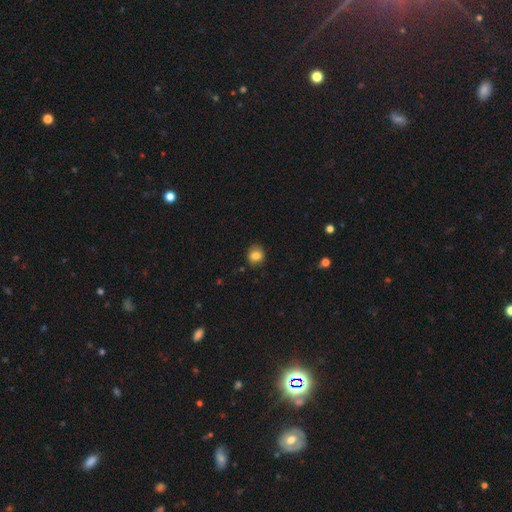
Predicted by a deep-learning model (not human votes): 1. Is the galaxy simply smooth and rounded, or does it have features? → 83% smooth, 10% star or artifact, 7% featured or disk.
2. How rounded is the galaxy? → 79% round, 20% in between, 1% cigar-shaped.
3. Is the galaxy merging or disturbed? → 85% none, 12% minor disturbance, 2% major disturbance, 1% merger.